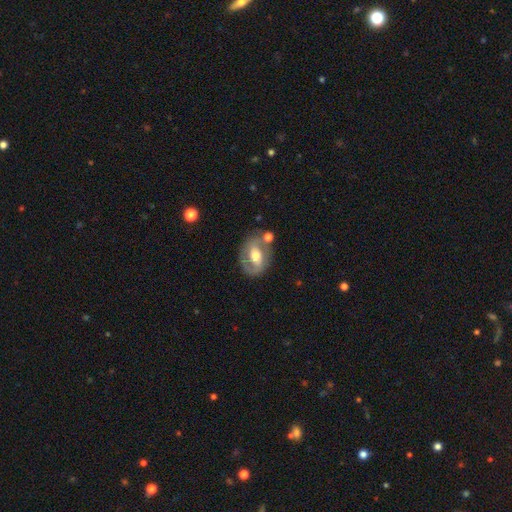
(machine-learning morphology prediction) A featured or disk galaxy (69%) with a weak bar (40%), spiral arms (70%) and a moderate central bulge (71%). Merging: none (66%).